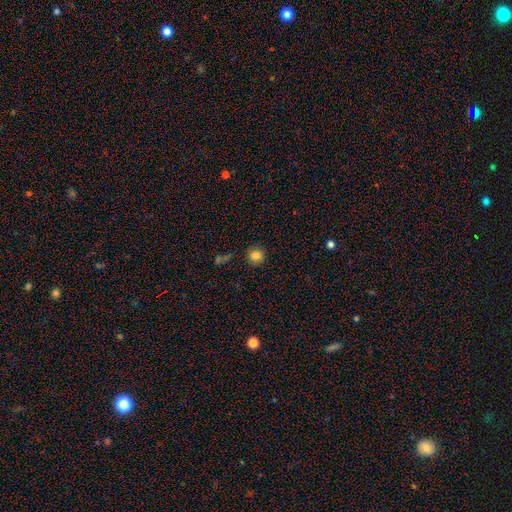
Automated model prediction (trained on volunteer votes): Smooth or featured? smooth (83%)
How rounded? round (93%)
Merging? none (89%)